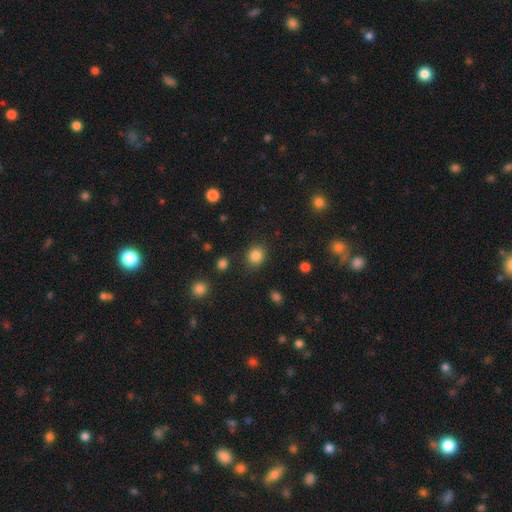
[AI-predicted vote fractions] smooth 85%, star or artifact 11%, featured or disk 4%. Down the decision tree: how rounded — round (80%); merging — none (87%).